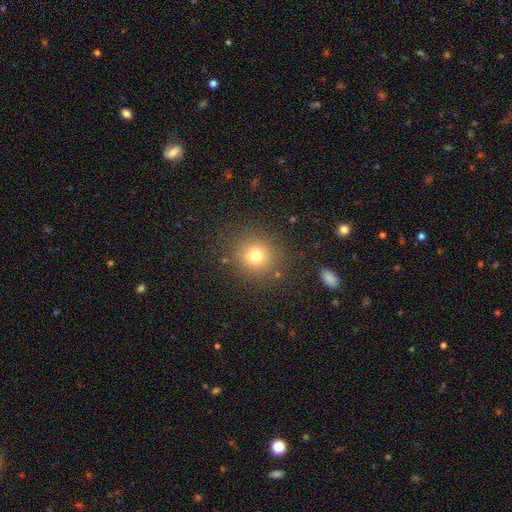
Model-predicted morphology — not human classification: A smooth galaxy with no disk features (75%) that is round (88%). Merging: none (84%).